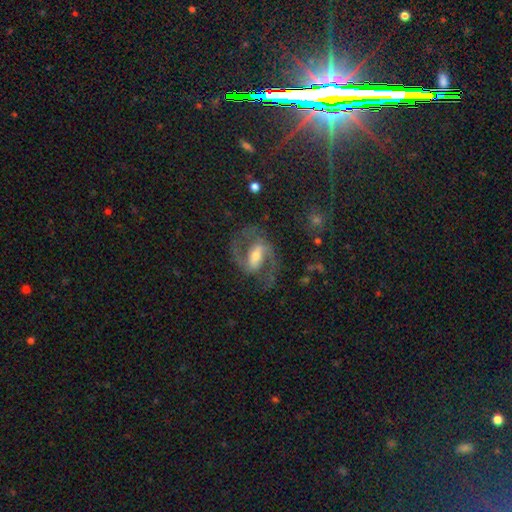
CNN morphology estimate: Overall: featured or disk (86%). Edge-on disk: no (97%). Bar: strong (48%; weak 37%). Spiral arms: yes (95%). Spiral arm count: 2 (93%). Spiral winding: medium (63%). Bulge size: moderate (51%; small 36%). Merging: none (75%).